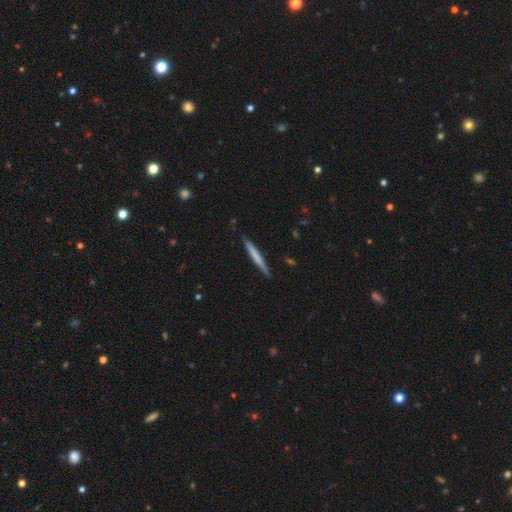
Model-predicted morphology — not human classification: smooth_or_featured: smooth (p=0.60) [alt: featured or disk p=0.35]
how_rounded: cigar-shaped (p=0.96) [alt: in between p=0.02]
merging: none (p=0.87) [alt: minor disturbance p=0.10]